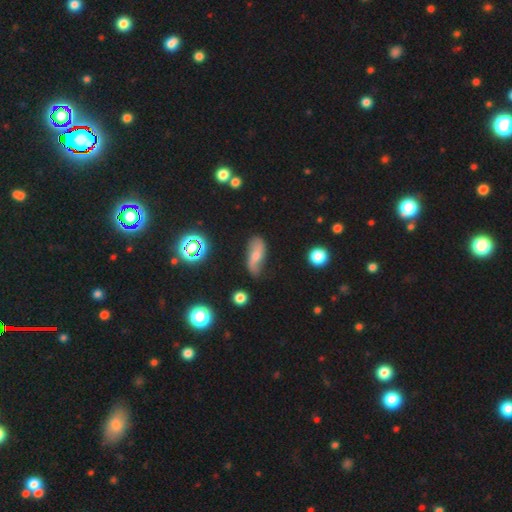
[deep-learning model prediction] Morphology: type=featured or disk (52%); edge-on=no (85%); merging=none (57%).